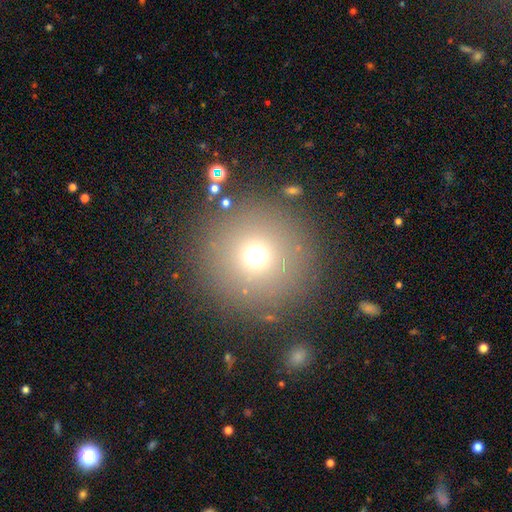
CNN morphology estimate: A smooth galaxy with no disk features (67%) that is round (96%).

Vote fractions:
- Smooth or featured? smooth: 67% / star or artifact: 23% / featured or disk: 10%
- How rounded? round: 96% / in between: 3% / cigar-shaped: 1%
- Merging? none: 86% / minor disturbance: 6% / major disturbance: 4% / merger: 3%